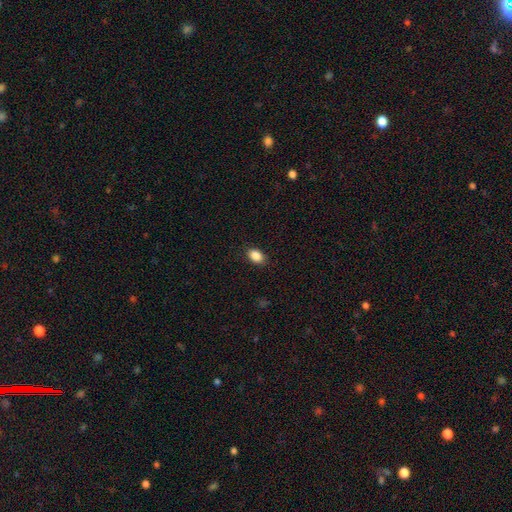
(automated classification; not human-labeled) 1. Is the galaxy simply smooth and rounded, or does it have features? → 88% smooth, 8% star or artifact, 3% featured or disk.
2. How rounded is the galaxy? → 85% in between, 13% round, 1% cigar-shaped.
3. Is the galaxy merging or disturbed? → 87% none, 9% minor disturbance, 2% major disturbance, 1% merger.